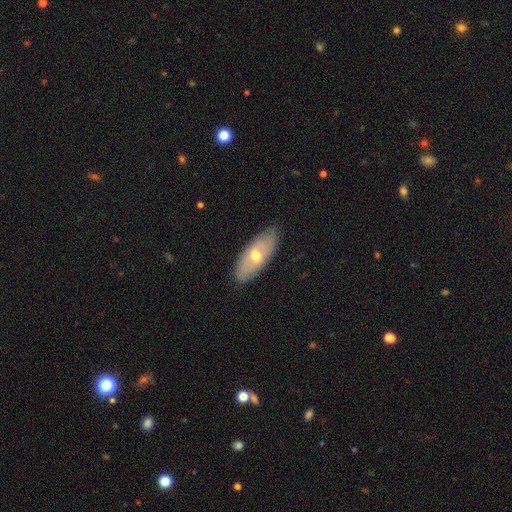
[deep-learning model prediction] Smooth or featured?
  - smooth: 49% *
  - featured or disk: 44%
  - star or artifact: 7%
Merging?
  - none: 84% *
  - minor disturbance: 13%
  - major disturbance: 2%
  - merger: 1%